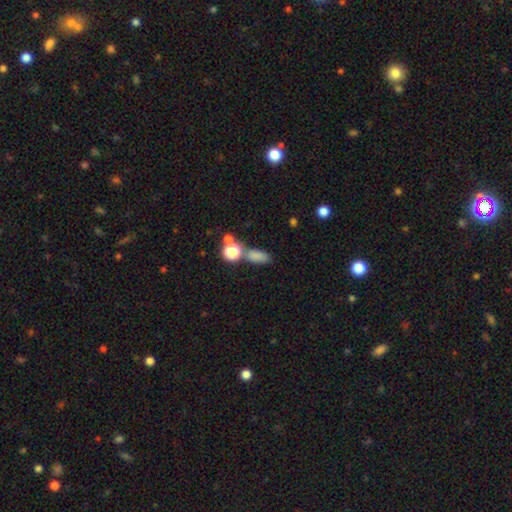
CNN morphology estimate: This appears to be a smooth galaxy with no disk features (76%) that is in between round and cigar-shaped (72%). Merging: none (56%).